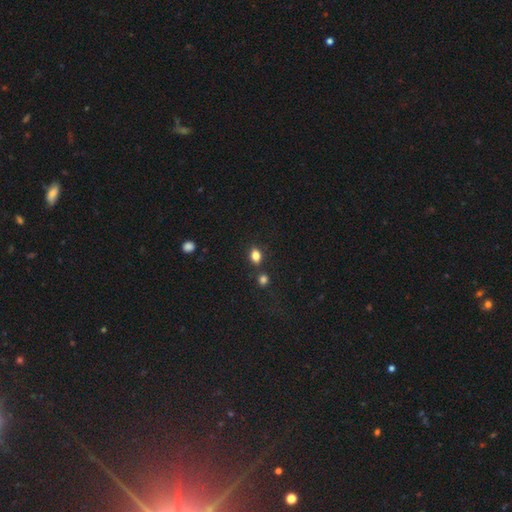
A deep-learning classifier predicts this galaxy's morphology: smooth-or-featured: smooth: 82% | star or artifact: 12% | featured or disk: 6%
  how-rounded: in between: 73% | round: 24% | cigar-shaped: 2%
  merging: none: 77% | minor disturbance: 11% | merger: 10% | major disturbance: 3%